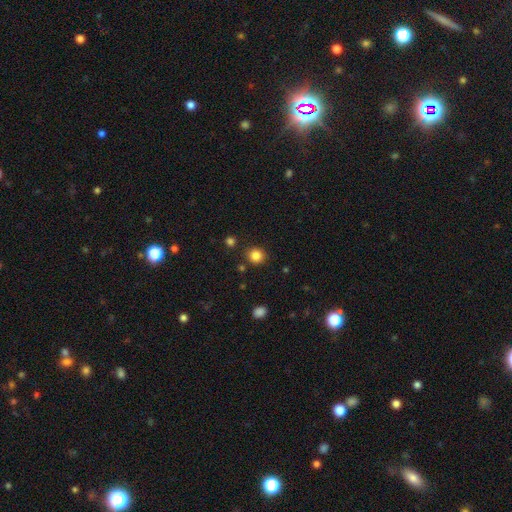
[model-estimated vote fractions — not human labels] Smooth or featured?
  - smooth: 84% *
  - star or artifact: 11%
  - featured or disk: 4%
How rounded?
  - round: 89% *
  - in between: 10%
  - cigar-shaped: 1%
Merging?
  - none: 88% *
  - minor disturbance: 7%
  - merger: 3%
  - major disturbance: 2%